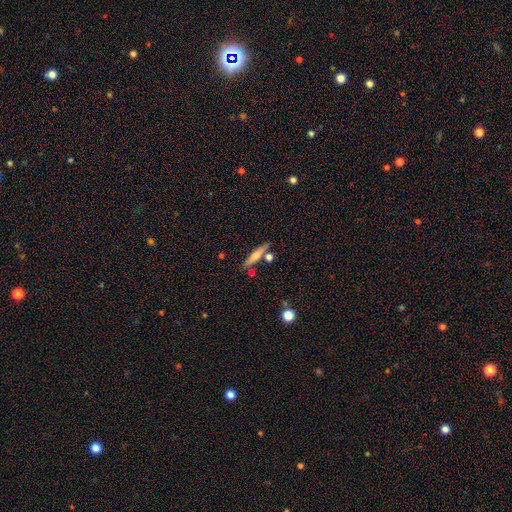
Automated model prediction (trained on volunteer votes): Overall: smooth (52%; featured or disk 41%). How rounded: cigar-shaped (85%). Merging: none (73%).